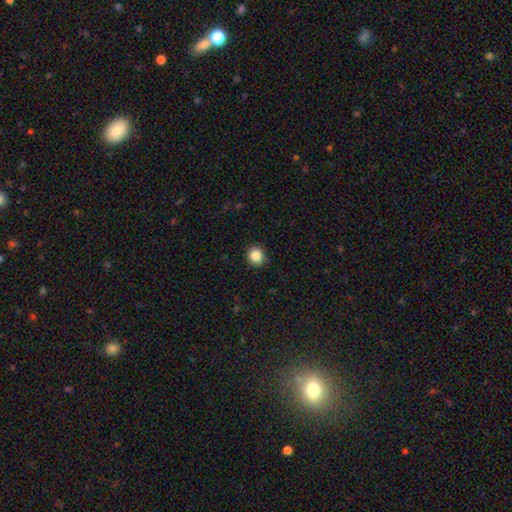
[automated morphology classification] smooth 86%, star or artifact 10%, featured or disk 4%. Down the decision tree: how rounded — round (87%); merging — none (91%).